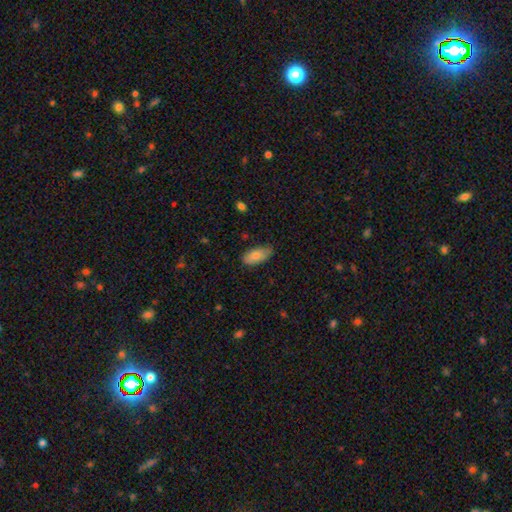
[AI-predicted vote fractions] Smooth or featured? Predicted: smooth (p=0.81). How rounded? Predicted: in between (p=0.92). Merging? Predicted: none (p=0.72).